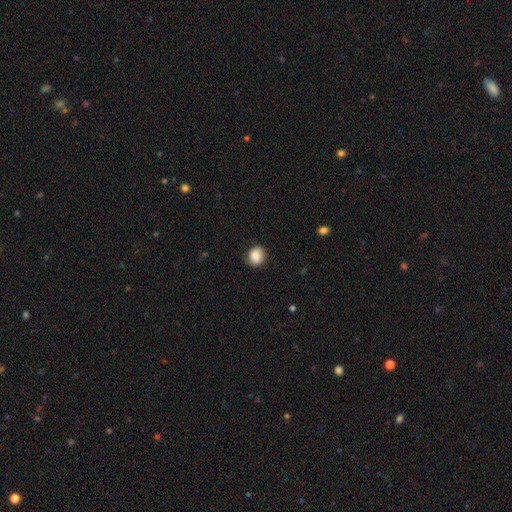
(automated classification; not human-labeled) Smooth or featured: smooth — 88% (star or artifact — 8%)
How rounded: round — 71% (in between — 28%)
Merging: none — 85% (minor disturbance — 11%)